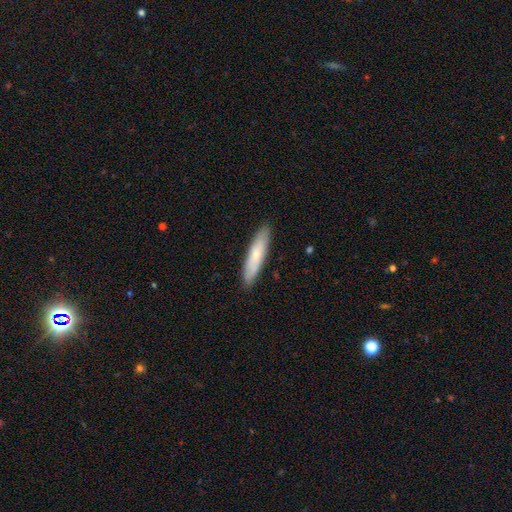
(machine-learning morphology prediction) This is likely a smooth galaxy (70%). How rounded: clearly cigar-shaped (82%). Merging: clearly none (90%).